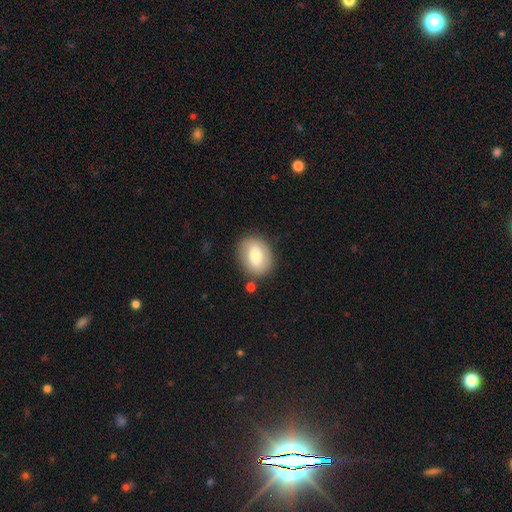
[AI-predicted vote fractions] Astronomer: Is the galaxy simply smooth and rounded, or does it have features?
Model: smooth — 69%.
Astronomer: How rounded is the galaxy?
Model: in between — 59% (runner-up: round, 40%).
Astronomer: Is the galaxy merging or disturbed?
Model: none — 81%.